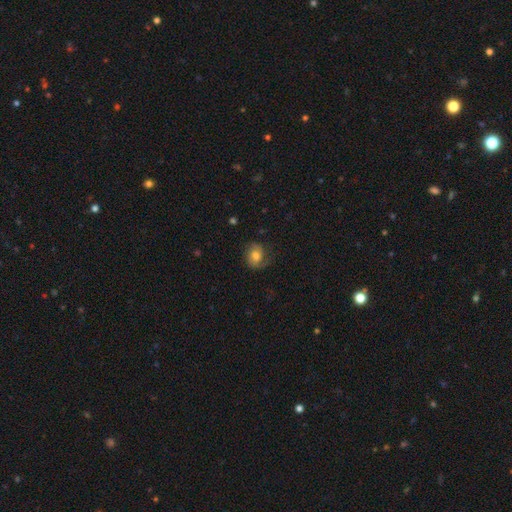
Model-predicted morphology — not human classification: Smooth or featured? Predicted: smooth (p=0.58). How rounded? Predicted: round (p=0.57). Merging? Predicted: none (p=0.64).